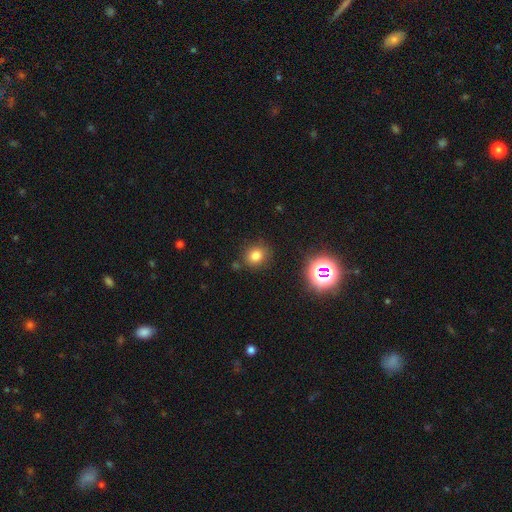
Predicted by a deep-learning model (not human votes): Smooth or featured? Predicted: smooth (p=0.75). How rounded? Predicted: round (p=0.72). Merging? Predicted: none (p=0.83).